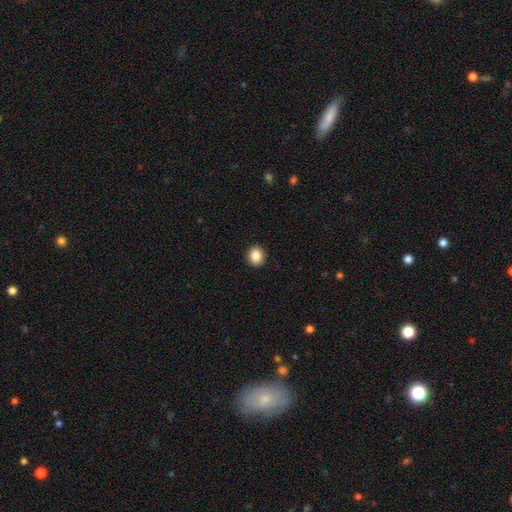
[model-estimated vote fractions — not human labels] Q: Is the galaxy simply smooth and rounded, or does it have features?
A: smooth — 86%.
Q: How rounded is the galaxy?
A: round — 73%.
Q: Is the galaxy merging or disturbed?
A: none — 92%.